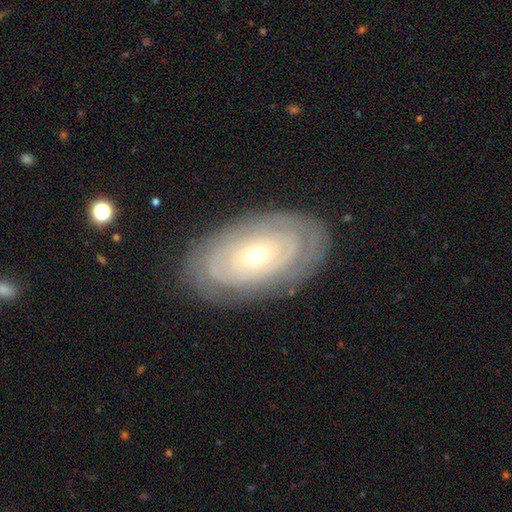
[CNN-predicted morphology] Smooth or featured?
  - featured or disk: 72% *
  - smooth: 21%
  - star or artifact: 6%
Edge-on disk?
  - no: 93% *
  - yes: 7%
Bar?
  - no: 83% *
  - weak: 13%
  - strong: 4%
Spiral arms?
  - yes: 69% *
  - no: 31%
Bulge size?
  - small: 65% *
  - moderate: 31%
  - large: 2%
  - dominant: 1%
  - none: 1%
Merging?
  - none: 82% *
  - minor disturbance: 13%
  - major disturbance: 4%
  - merger: 1%